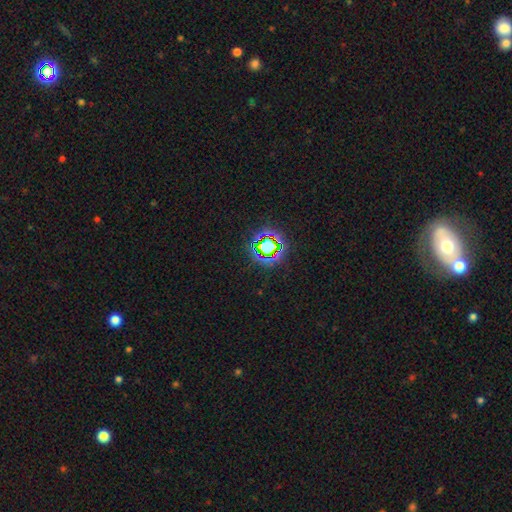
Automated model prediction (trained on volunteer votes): star or artifact 78%, smooth 14%, featured or disk 8%.